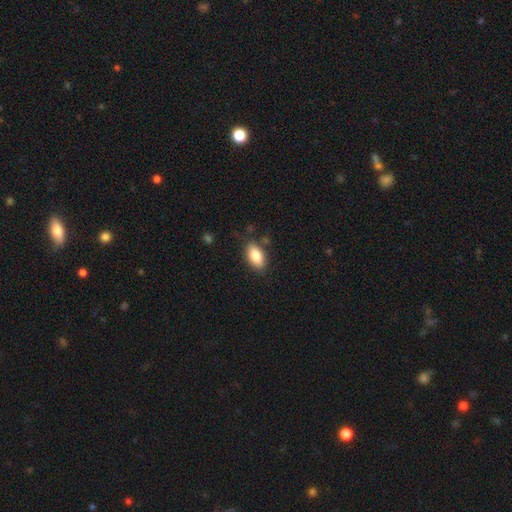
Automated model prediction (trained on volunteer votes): Smooth or featured?
  - smooth: 83% *
  - featured or disk: 9%
  - star or artifact: 7%
How rounded?
  - in between: 89% *
  - cigar-shaped: 7%
  - round: 4%
Merging?
  - none: 81% *
  - minor disturbance: 13%
  - major disturbance: 3%
  - merger: 2%